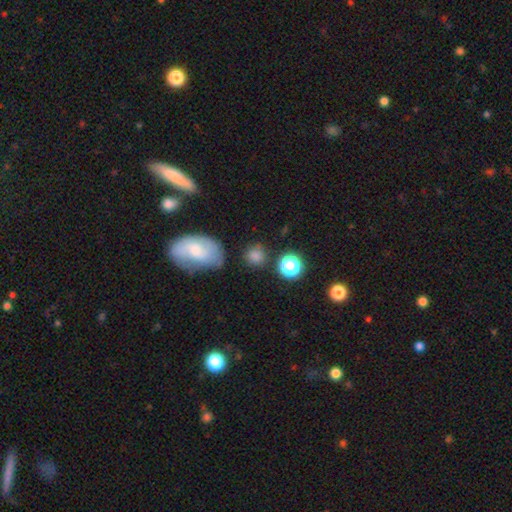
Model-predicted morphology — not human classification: This is likely a smooth galaxy (78%). How rounded: clearly round (84%). Merging: likely none (75%).